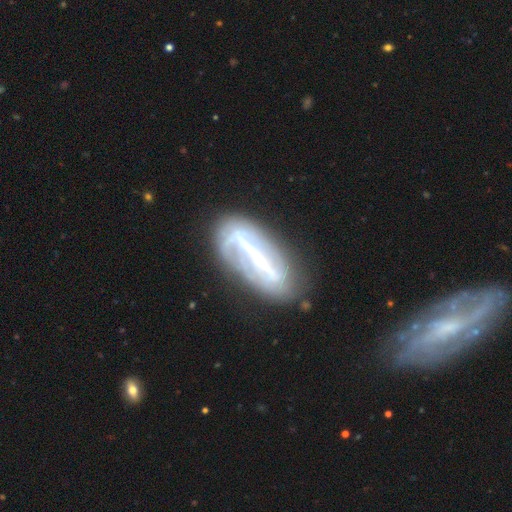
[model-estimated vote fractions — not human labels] featured or disk 76%, smooth 17%, star or artifact 8%. Down the decision tree: edge-on disk — no (77%); bar — strong (82%); spiral arms — yes (56%); bulge size — small (39%); merging — none (64%).